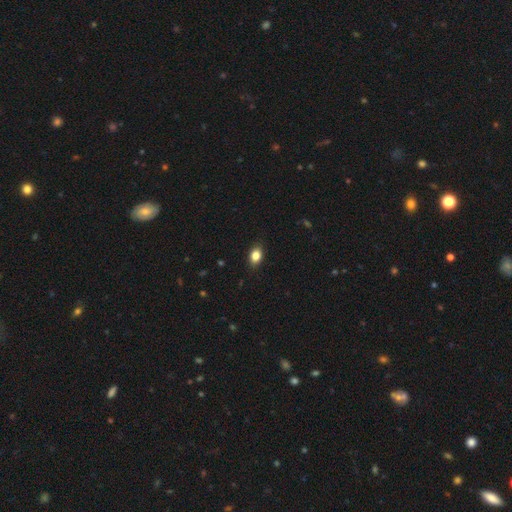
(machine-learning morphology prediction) Smooth or featured? smooth (85%)
How rounded? in between (78%)
Merging? none (87%)